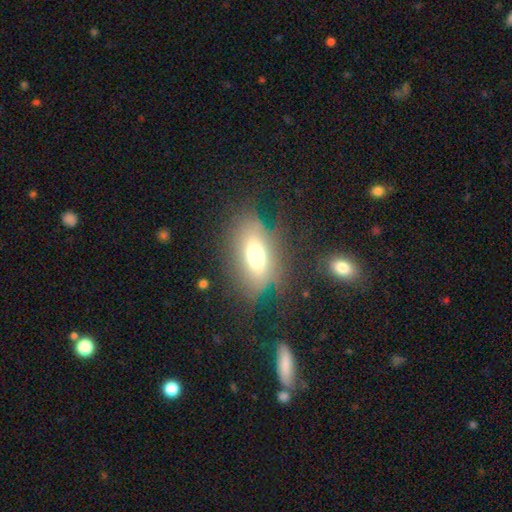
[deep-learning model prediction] Overall: smooth (54%; featured or disk 31%). How rounded: in between (75%). Merging: none (66%).